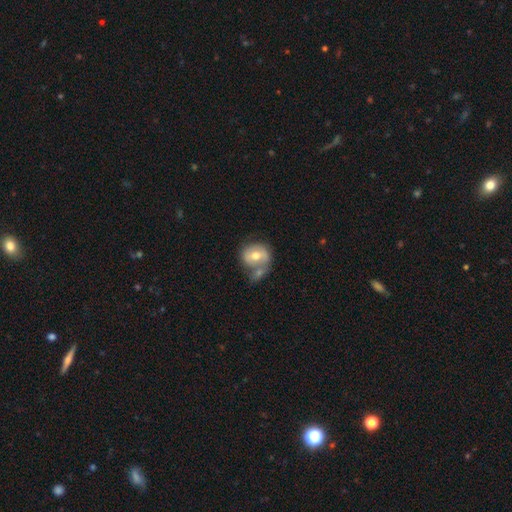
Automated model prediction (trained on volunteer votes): smooth-or-featured: smooth: 49% | featured or disk: 44% | star or artifact: 7%
  merging: none: 35% | merger: 34% | minor disturbance: 20% | major disturbance: 11%